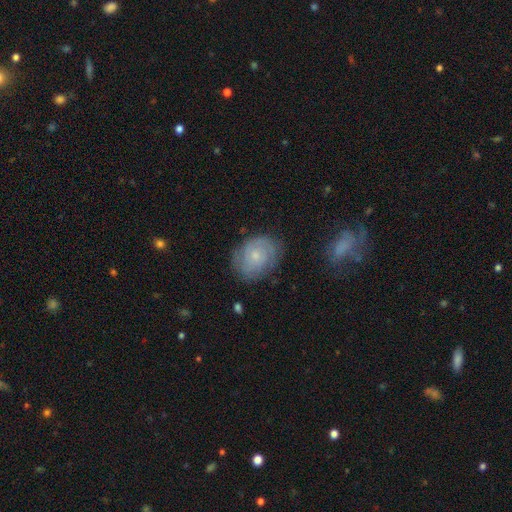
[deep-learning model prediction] Smooth or featured? featured or disk (50%)
Edge-on disk? no (96%)
Merging? none (72%)